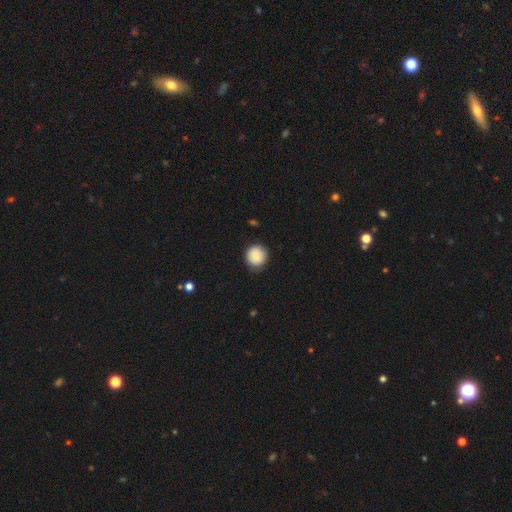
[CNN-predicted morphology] Smooth or featured?
  - smooth: 86% *
  - star or artifact: 8%
  - featured or disk: 7%
How rounded?
  - round: 92% *
  - in between: 7%
  - cigar-shaped: 1%
Merging?
  - none: 86% *
  - minor disturbance: 11%
  - major disturbance: 2%
  - merger: 1%